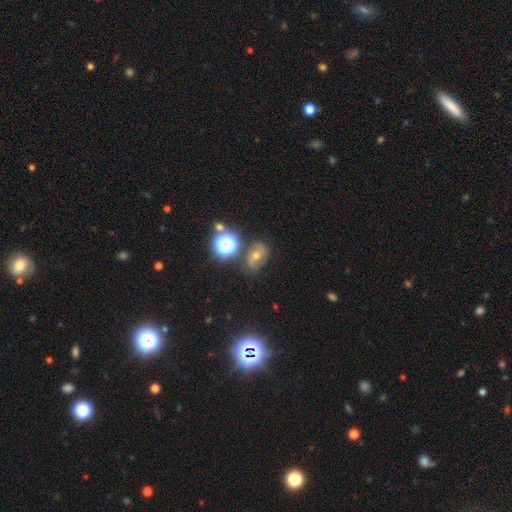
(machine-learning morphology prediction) This appears to be a featured or disk galaxy (38%). Merging: none (74%).